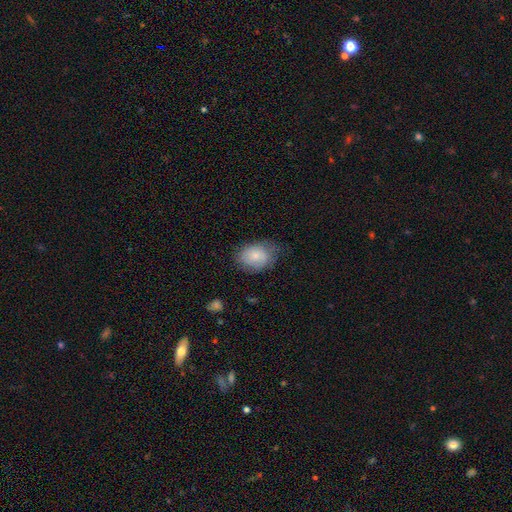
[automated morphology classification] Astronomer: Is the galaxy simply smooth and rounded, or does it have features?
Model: smooth — 78%.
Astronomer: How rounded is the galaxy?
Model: in between — 79%.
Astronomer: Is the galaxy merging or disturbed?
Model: none — 66%.